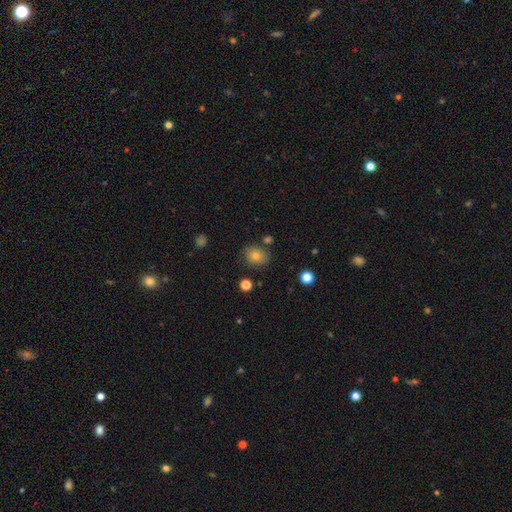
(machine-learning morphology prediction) Q: Smooth or featured?
A: smooth (77%); runner-up: star or artifact (13%)
Q: How rounded?
A: round (58%); runner-up: in between (41%)
Q: Merging?
A: none (80%); runner-up: minor disturbance (12%)